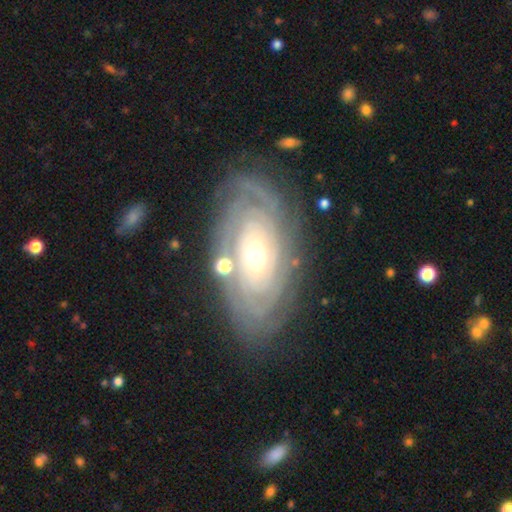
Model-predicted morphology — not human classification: This appears to be a featured or disk galaxy (85%) with no bar (78%), tight (85%) spiral arms (93%) and a small central bulge (47%, tied with moderate). Merging: none (78%).